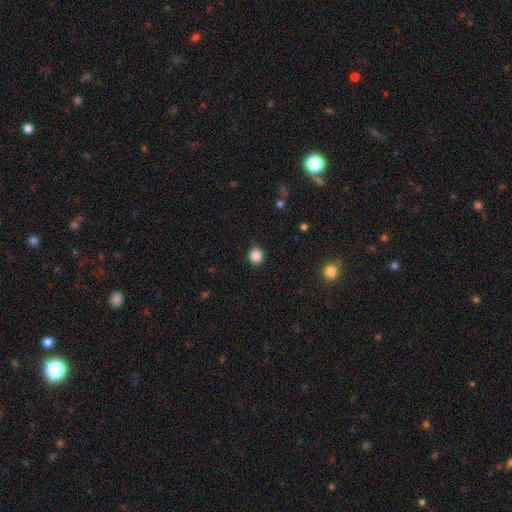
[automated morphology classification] A smooth galaxy with no disk features (87%) that is round (90%).

Vote fractions:
- Smooth or featured? smooth: 87% / star or artifact: 10% / featured or disk: 3%
- How rounded? round: 90% / in between: 9% / cigar-shaped: 1%
- Merging? none: 90% / minor disturbance: 7% / major disturbance: 2% / merger: 1%